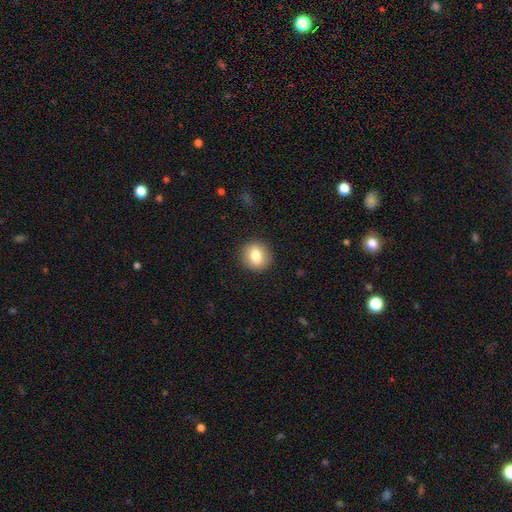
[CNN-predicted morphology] Smooth or featured? smooth (78%)
How rounded? round (85%)
Merging? none (91%)